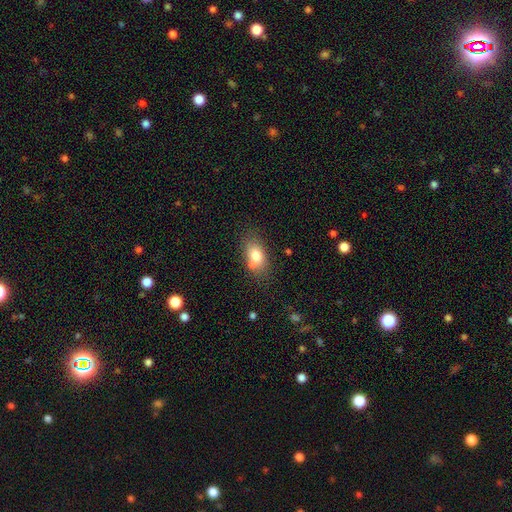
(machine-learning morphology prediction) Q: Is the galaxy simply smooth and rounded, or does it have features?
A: smooth — 75%.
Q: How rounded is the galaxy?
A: in between — 84%.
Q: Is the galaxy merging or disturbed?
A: none — 60%.